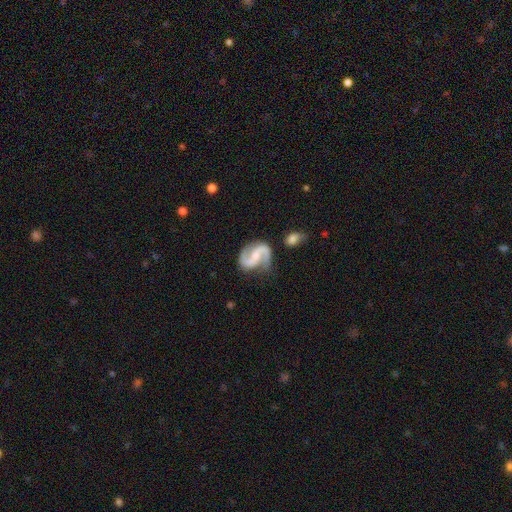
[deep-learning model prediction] The model was most divided on "spiral winding": medium: 47%, loose: 42%, tight: 11%. Remaining: edge-on disk — no (98%); spiral arms — yes (98%); spiral arm count — 2 (94%); smooth or featured — featured or disk (91%); merging — none (75%); bulge size — small (46%); bar — weak (41%).